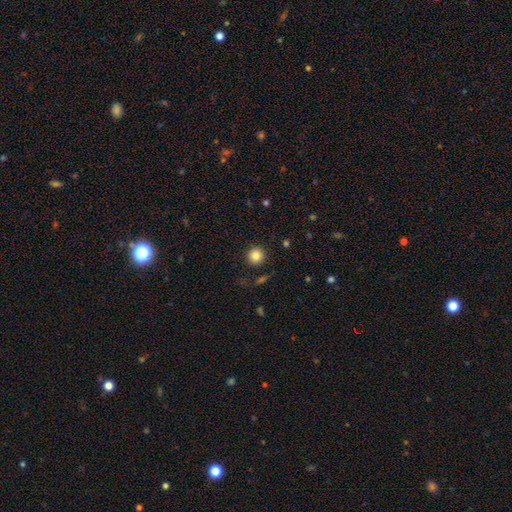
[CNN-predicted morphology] Smooth or featured? smooth (84%)
How rounded? round (94%)
Merging? none (90%)